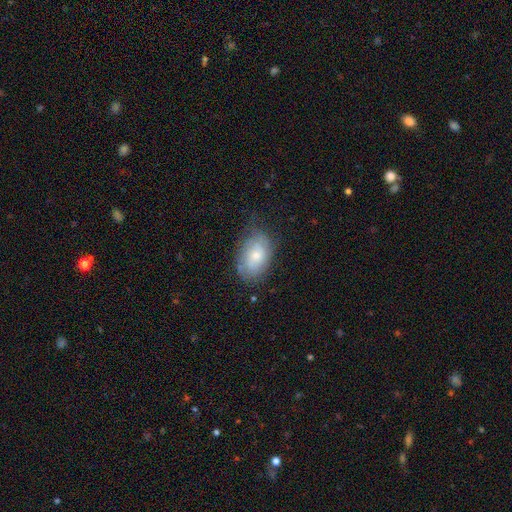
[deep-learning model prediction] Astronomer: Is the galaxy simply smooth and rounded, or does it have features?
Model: featured or disk — 49% (runner-up: smooth, 44%).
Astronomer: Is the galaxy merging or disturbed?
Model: none — 65%.